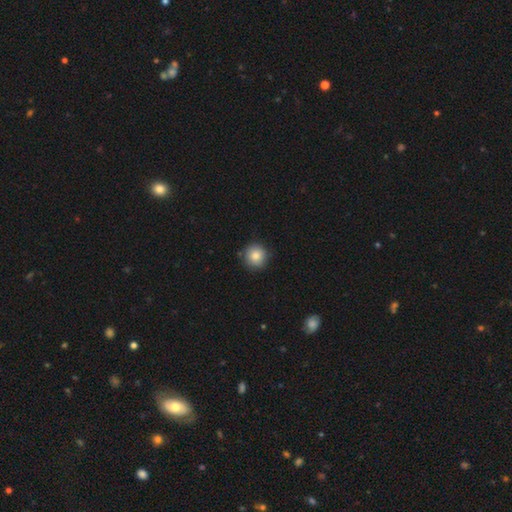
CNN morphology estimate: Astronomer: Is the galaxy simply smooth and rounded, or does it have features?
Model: smooth — 83%.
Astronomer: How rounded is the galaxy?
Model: round — 95%.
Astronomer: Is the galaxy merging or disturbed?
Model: none — 88%.